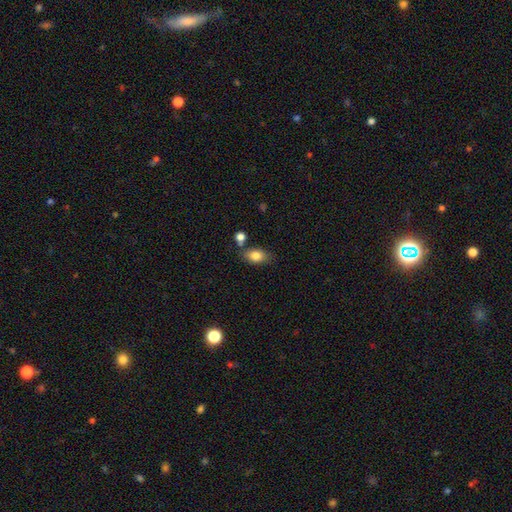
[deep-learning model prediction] smooth-or-featured: smooth: 83% | featured or disk: 9% | star or artifact: 8%
  how-rounded: in between: 86% | round: 11% | cigar-shaped: 3%
  merging: none: 70% | minor disturbance: 15% | merger: 11% | major disturbance: 4%